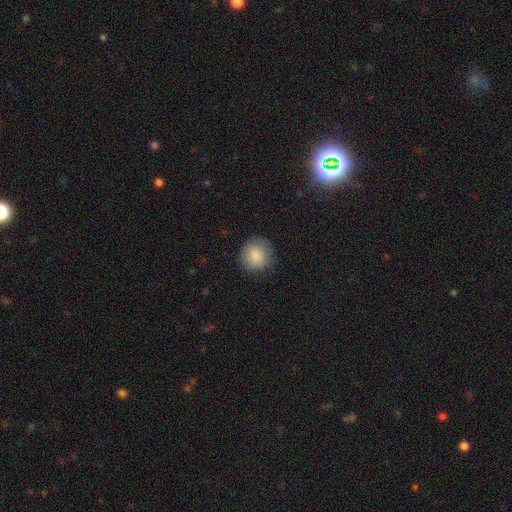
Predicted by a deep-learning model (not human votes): Morphology: type=smooth (87%); roundness=round (92%); merging=none (85%).